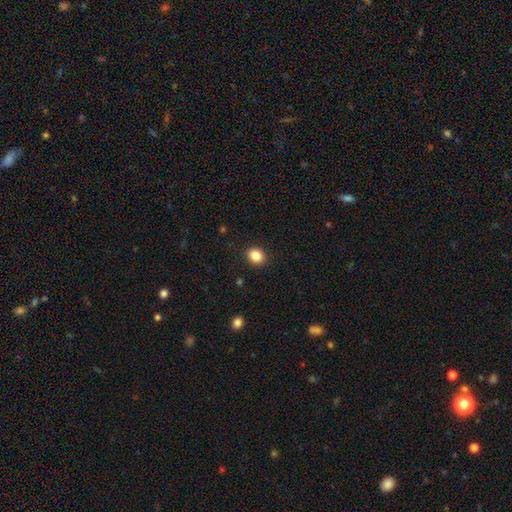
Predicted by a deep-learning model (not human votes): smooth-or-featured: smooth: 85% | star or artifact: 10% | featured or disk: 4%
  how-rounded: round: 66% | in between: 33% | cigar-shaped: 1%
  merging: none: 91% | minor disturbance: 6% | major disturbance: 2% | merger: 1%